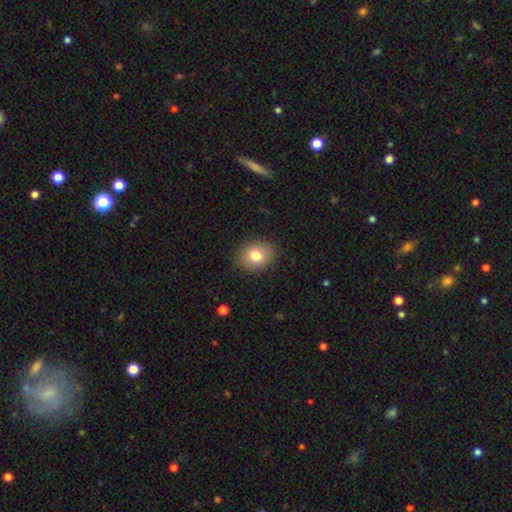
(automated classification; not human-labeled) smooth 80%, featured or disk 10%, star or artifact 10%. Down the decision tree: how rounded — round (62%); merging — none (88%).